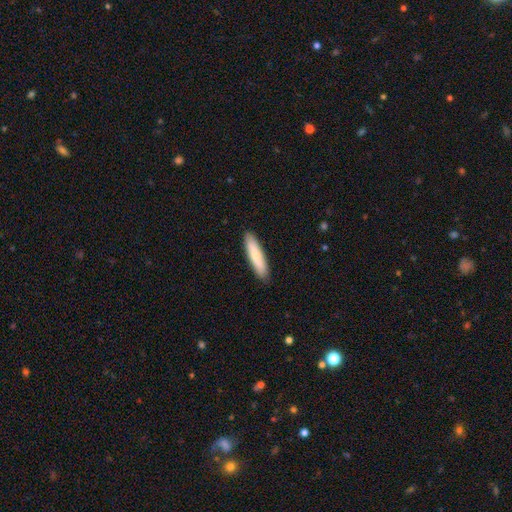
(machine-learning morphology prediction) Smooth or featured?
  - smooth: 75% *
  - featured or disk: 20%
  - star or artifact: 5%
How rounded?
  - cigar-shaped: 83% *
  - in between: 16%
  - round: 1%
Merging?
  - none: 90% *
  - minor disturbance: 8%
  - major disturbance: 1%
  - merger: 1%